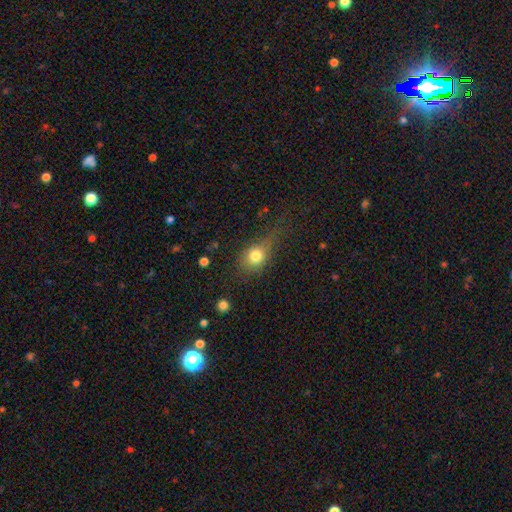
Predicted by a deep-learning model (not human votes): This is likely a smooth galaxy (76%). How rounded: possibly round (51%). Merging: possibly none (46%).